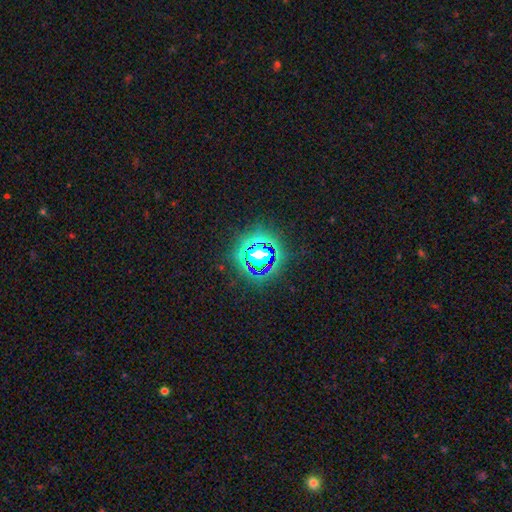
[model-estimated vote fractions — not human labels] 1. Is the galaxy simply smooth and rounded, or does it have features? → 68% star or artifact, 20% smooth, 12% featured or disk.